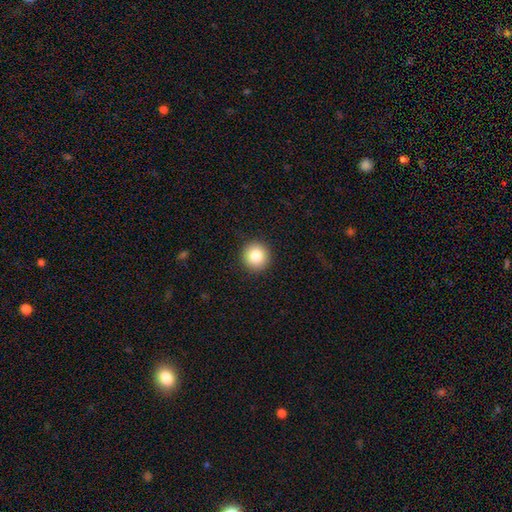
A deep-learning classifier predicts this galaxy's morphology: Smooth or featured?
  - smooth: 83% *
  - star or artifact: 10%
  - featured or disk: 7%
How rounded?
  - round: 95% *
  - in between: 4%
  - cigar-shaped: 1%
Merging?
  - none: 92% *
  - minor disturbance: 5%
  - major disturbance: 2%
  - merger: 1%